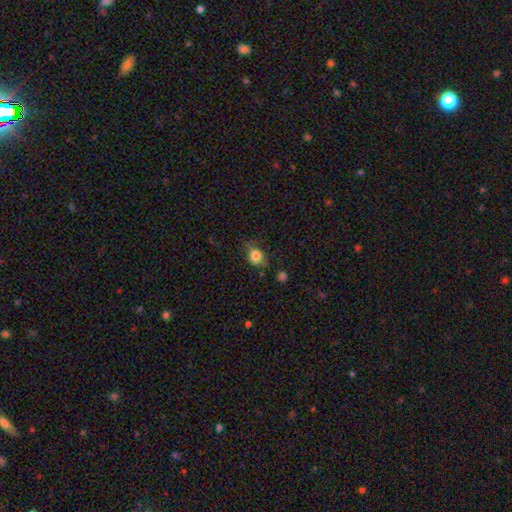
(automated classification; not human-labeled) This appears to be a smooth galaxy with no disk features (80%) that is round (51%). Merging: none (58%).